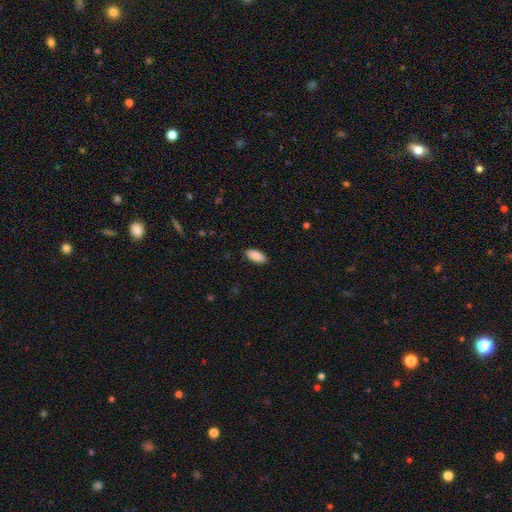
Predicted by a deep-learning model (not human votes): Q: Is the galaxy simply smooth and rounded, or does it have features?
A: smooth — 90%.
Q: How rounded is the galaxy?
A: in between — 91%.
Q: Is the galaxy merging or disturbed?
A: none — 89%.